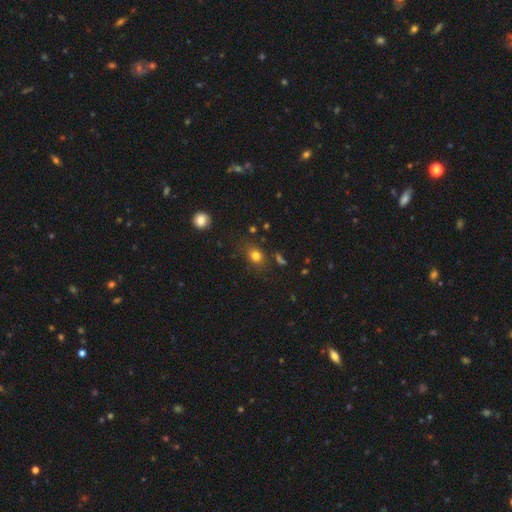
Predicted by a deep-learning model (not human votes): A smooth galaxy with no disk features (79%) that is round (54%).

Vote fractions:
- Smooth or featured? smooth: 79% / star or artifact: 14% / featured or disk: 7%
- How rounded? round: 54% / in between: 44% / cigar-shaped: 2%
- Merging? none: 76% / minor disturbance: 16% / major disturbance: 5% / merger: 3%